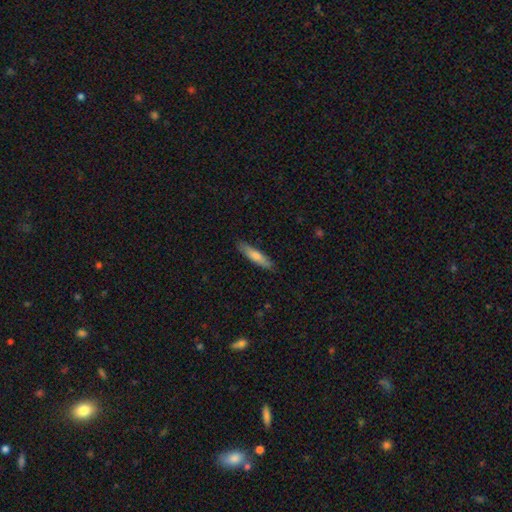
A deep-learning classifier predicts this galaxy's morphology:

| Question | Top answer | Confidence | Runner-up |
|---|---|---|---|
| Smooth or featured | smooth | 69% | featured or disk (26%) |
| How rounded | cigar-shaped | 82% | in between (16%) |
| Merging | none | 88% | minor disturbance (9%) |